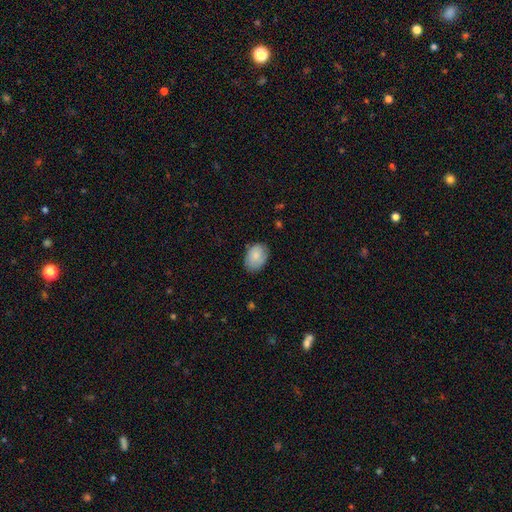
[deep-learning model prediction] Smooth or featured? smooth (81%)
How rounded? in between (82%)
Merging? none (76%)